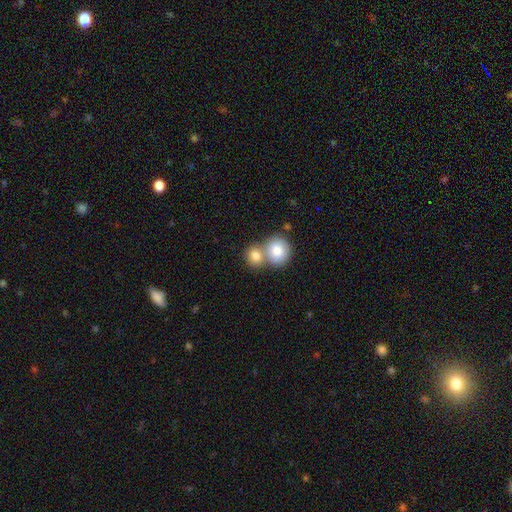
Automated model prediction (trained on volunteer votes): Overall: smooth (81%). How rounded: round (73%). Merging: merger (56%; none 35%).